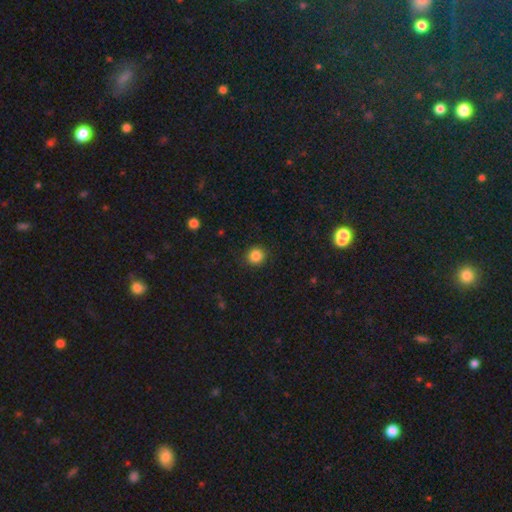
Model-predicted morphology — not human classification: smooth 85%, star or artifact 11%, featured or disk 4%. Down the decision tree: how rounded — round (92%); merging — none (91%).